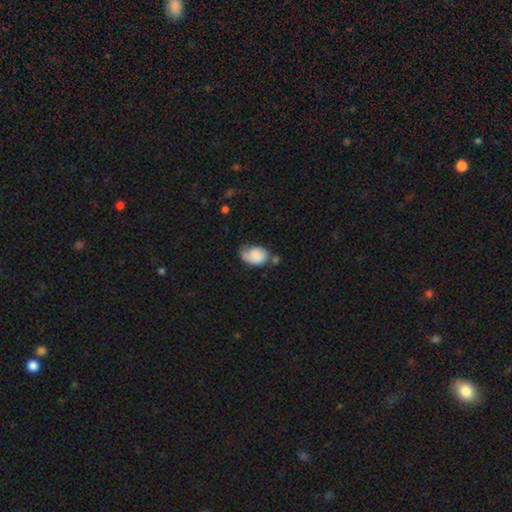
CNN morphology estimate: Smooth or featured: smooth — 77% (featured or disk — 15%)
How rounded: in between — 73% (round — 26%)
Merging: none — 38% (minor disturbance — 35%)